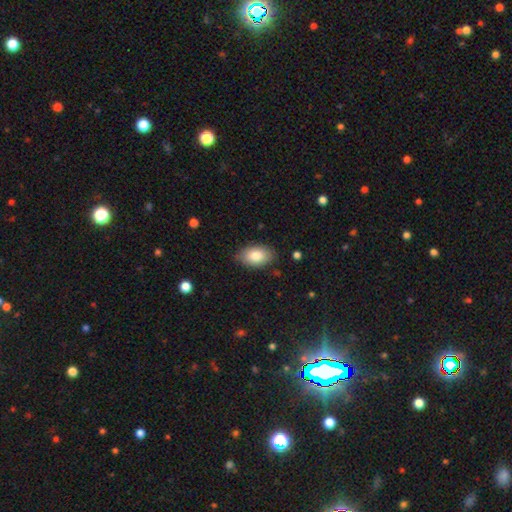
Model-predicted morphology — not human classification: The model was most divided on "merging": none: 84%, minor disturbance: 13%, major disturbance: 2%, merger: 1%. More confident: how rounded — in between (93%); smooth or featured — smooth (83%).